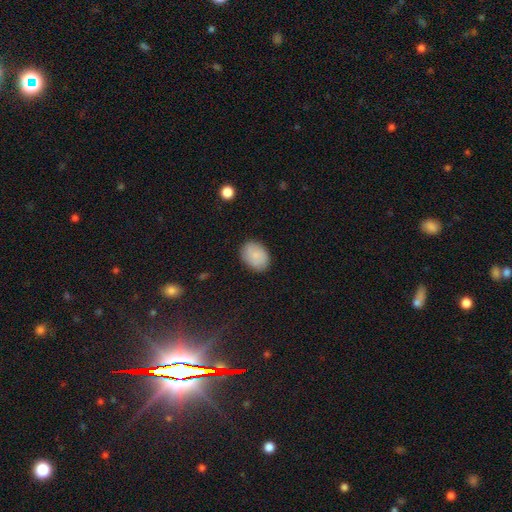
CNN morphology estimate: Smooth or featured?
  - smooth: 80% *
  - featured or disk: 13%
  - star or artifact: 7%
How rounded?
  - in between: 74% *
  - round: 25%
  - cigar-shaped: 1%
Merging?
  - none: 85% *
  - minor disturbance: 11%
  - major disturbance: 3%
  - merger: 1%